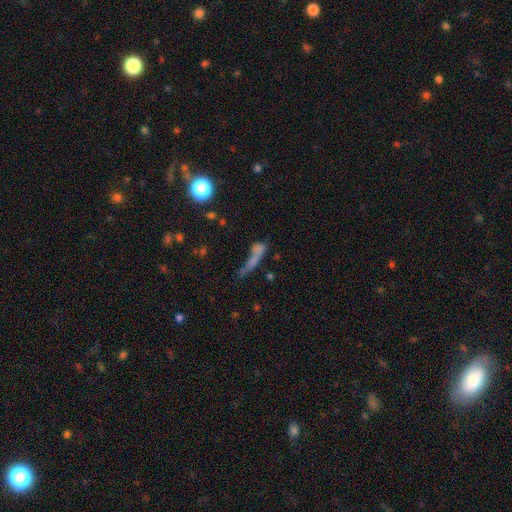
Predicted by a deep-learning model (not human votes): Morphology: type=smooth (54%); roundness=cigar-shaped (62%); merging=none (34%).